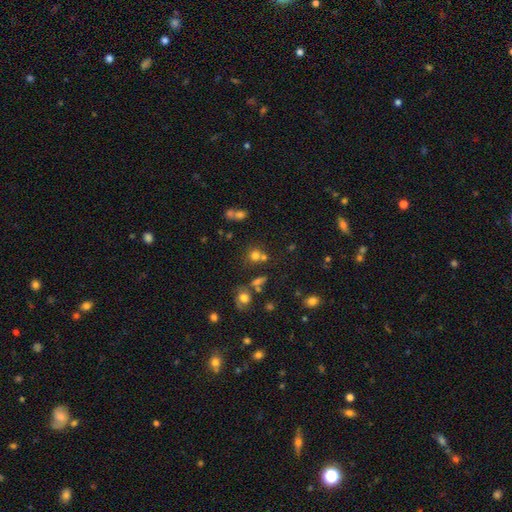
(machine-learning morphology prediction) The model was most divided on "merging": none: 55%, merger: 30%, minor disturbance: 10%, major disturbance: 5%. More confident: how rounded — round (83%); smooth or featured — smooth (69%).